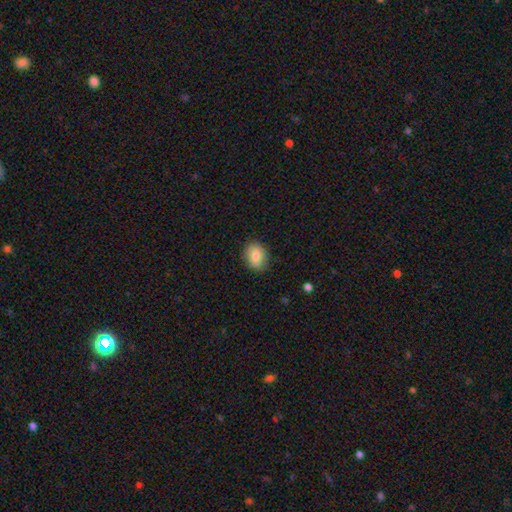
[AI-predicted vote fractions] This is likely a smooth galaxy (79%). How rounded: possibly in between (52%). Merging: clearly none (84%).